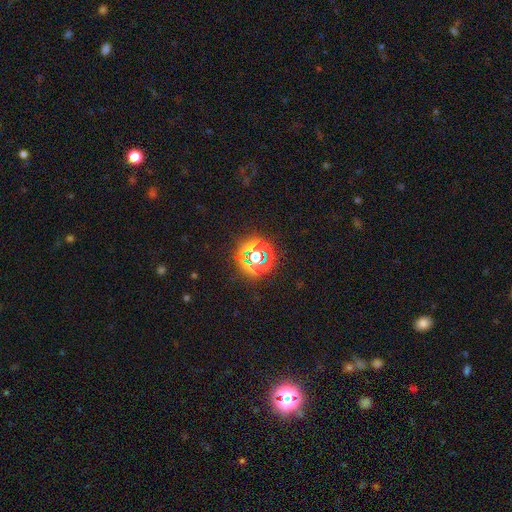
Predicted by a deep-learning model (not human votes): smooth_or_featured: star or artifact (p=0.69) [alt: smooth p=0.21]